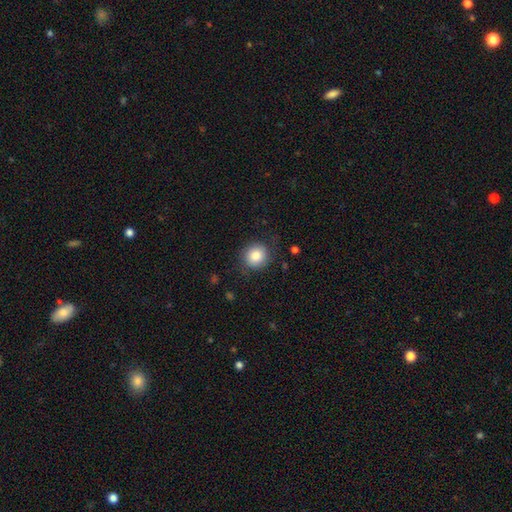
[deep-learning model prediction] This appears to be a smooth galaxy with no disk features (84%) that is round (84%). Merging: none (81%).